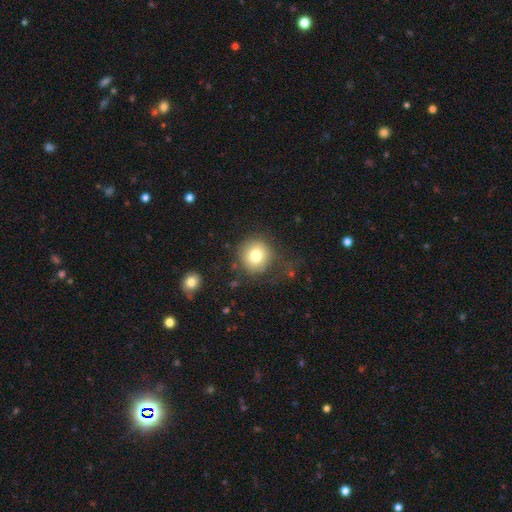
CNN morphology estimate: This is likely a smooth galaxy (78%). How rounded: clearly round (92%). Merging: likely none (75%).